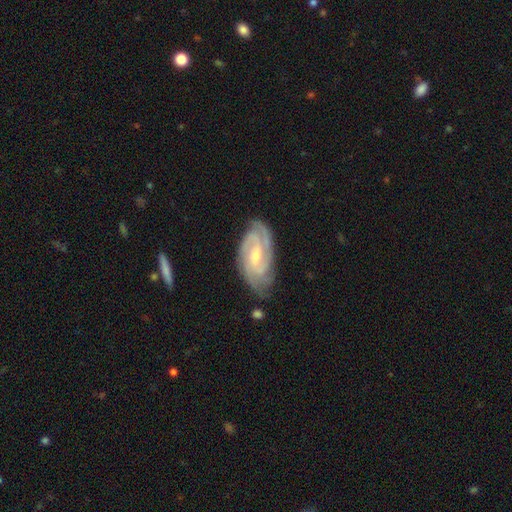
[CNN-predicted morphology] The model was most divided on "bar": weak: 44%, no: 42%, strong: 14%. Remaining: spiral arms — yes (98%); edge-on disk — no (96%); smooth or featured — featured or disk (88%); merging — none (78%); spiral winding — tight (71%); bulge size — small (57%); spiral arm count — 3 (33%).